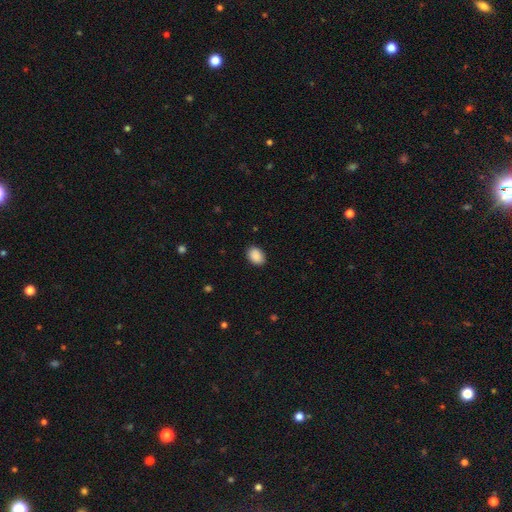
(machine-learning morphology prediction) Smooth or featured?
  - smooth: 90% *
  - star or artifact: 7%
  - featured or disk: 3%
How rounded?
  - in between: 76% *
  - round: 23%
  - cigar-shaped: 1%
Merging?
  - none: 88% *
  - minor disturbance: 9%
  - major disturbance: 2%
  - merger: 1%